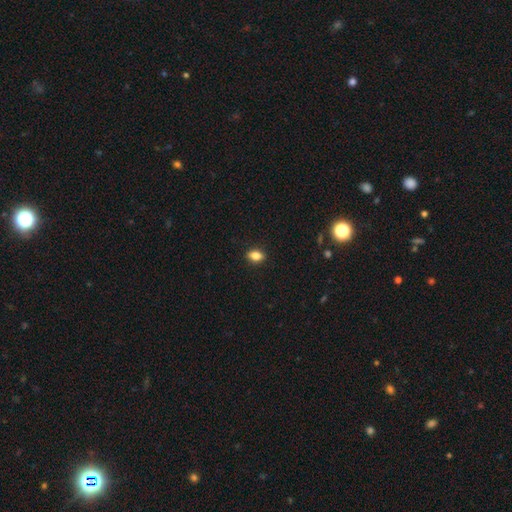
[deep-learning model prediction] Smooth or featured: smooth — 83% (star or artifact — 9%)
How rounded: in between — 80% (round — 17%)
Merging: none — 89% (minor disturbance — 8%)